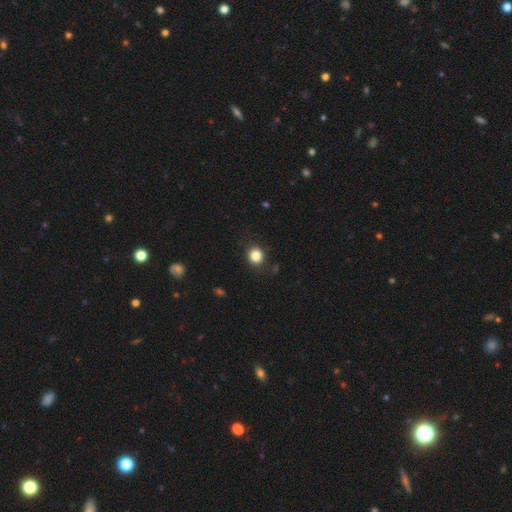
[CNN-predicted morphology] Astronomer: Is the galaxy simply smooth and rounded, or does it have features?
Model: smooth — 84%.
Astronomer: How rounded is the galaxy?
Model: round — 83%.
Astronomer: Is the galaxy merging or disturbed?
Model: none — 87%.